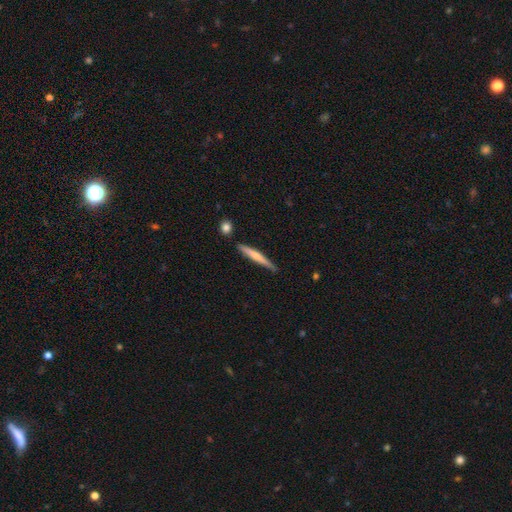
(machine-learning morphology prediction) Q: Smooth or featured?
A: smooth (52%); runner-up: featured or disk (43%)
Q: How rounded?
A: cigar-shaped (95%); runner-up: in between (4%)
Q: Merging?
A: none (82%); runner-up: minor disturbance (13%)